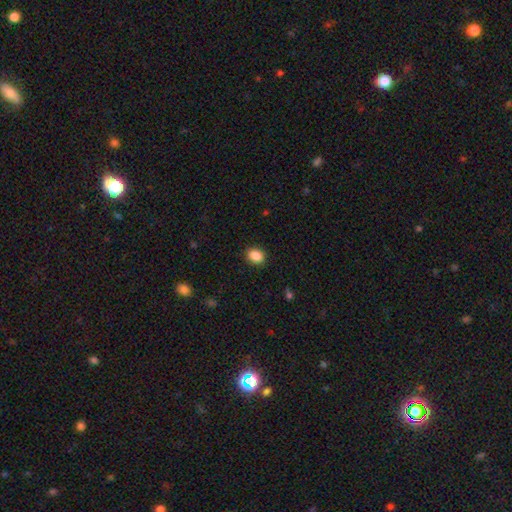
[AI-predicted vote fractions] A smooth galaxy with no disk features (88%) that is in between round and cigar-shaped (59%). Merging: none (89%).